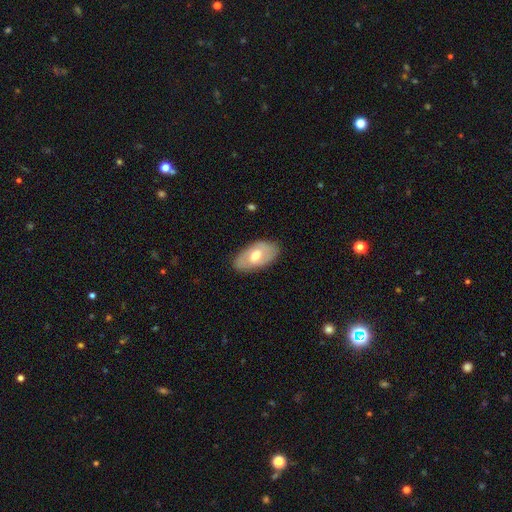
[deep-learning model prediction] Smooth or featured? Predicted: featured or disk (p=0.48). Merging? Predicted: none (p=0.83).